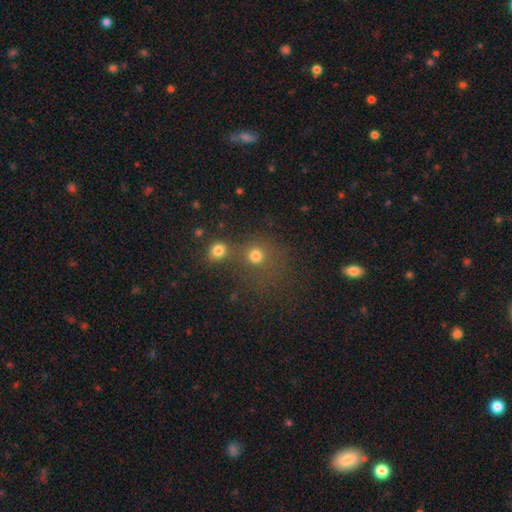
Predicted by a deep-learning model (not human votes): smooth_or_featured: smooth (p=0.76) [alt: star or artifact p=0.17]
how_rounded: round (p=0.87) [alt: in between p=0.12]
merging: none (p=0.54) [alt: merger p=0.32]